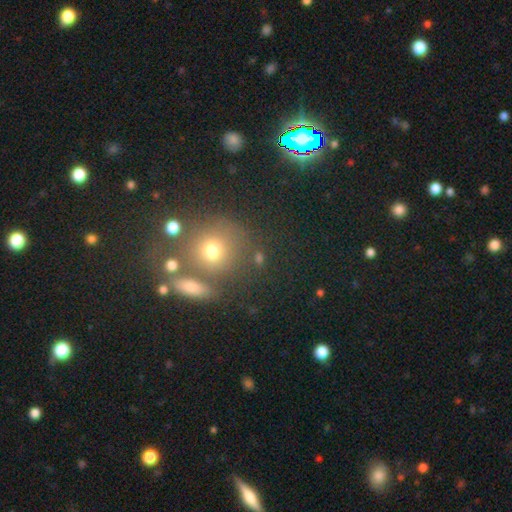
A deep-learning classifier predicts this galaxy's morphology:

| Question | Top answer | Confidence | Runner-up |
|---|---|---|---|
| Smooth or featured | smooth | 55% | star or artifact (33%) |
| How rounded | round | 82% | in between (15%) |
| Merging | none | 71% | merger (14%) |